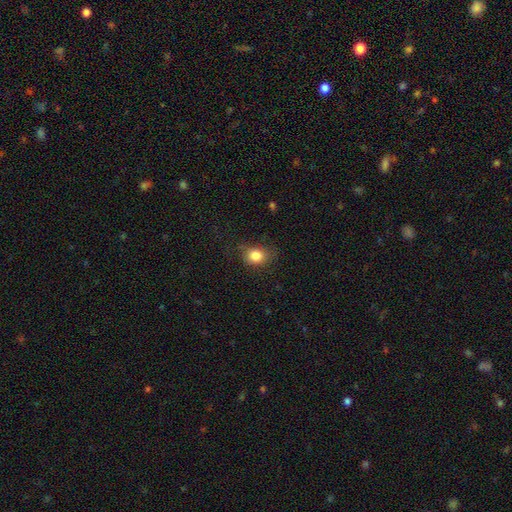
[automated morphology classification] Smooth or featured? smooth (83%)
How rounded? round (58%)
Merging? none (67%)